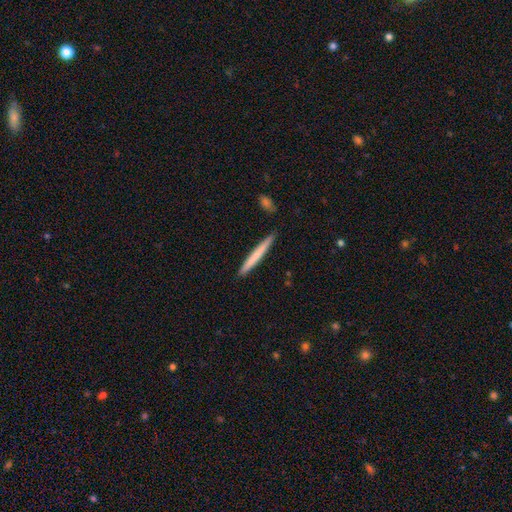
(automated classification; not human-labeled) This appears to be a smooth galaxy with no disk features (67%) that is cigar-shaped (97%). Merging: none (91%).